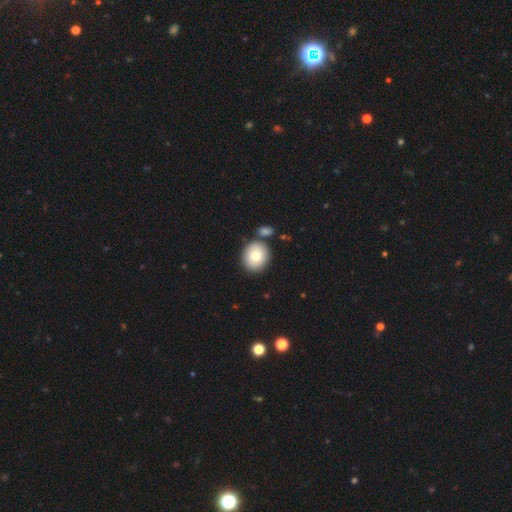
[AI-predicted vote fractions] Smooth or featured? smooth (80%)
How rounded? round (80%)
Merging? none (74%)